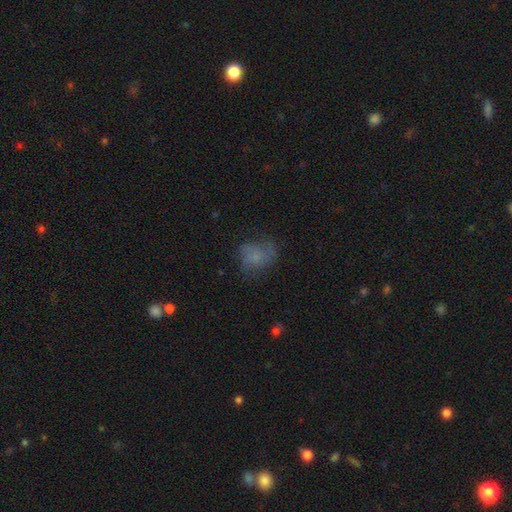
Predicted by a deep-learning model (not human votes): Smooth or featured? Predicted: smooth (p=0.51). How rounded? Predicted: round (p=0.53). Merging? Predicted: none (p=0.52).